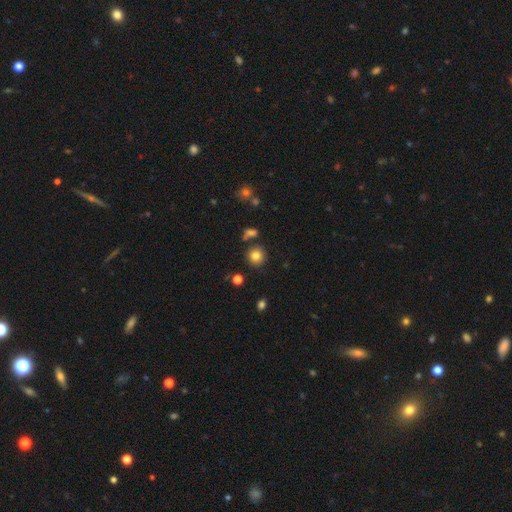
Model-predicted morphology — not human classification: Overall: smooth (82%). How rounded: round (90%). Merging: none (81%).